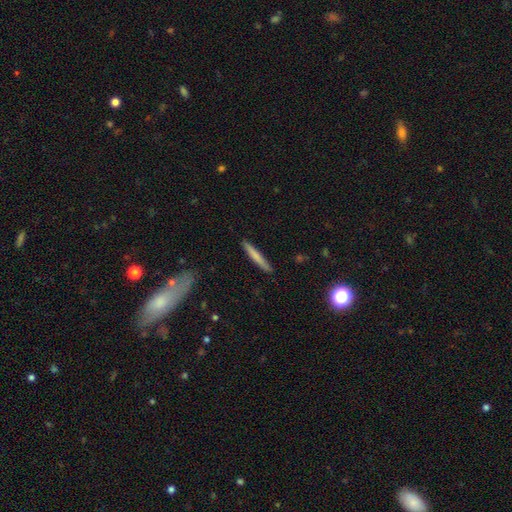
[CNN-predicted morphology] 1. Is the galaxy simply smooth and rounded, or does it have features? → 71% smooth, 23% featured or disk, 6% star or artifact.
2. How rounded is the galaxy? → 96% cigar-shaped, 3% in between, 1% round.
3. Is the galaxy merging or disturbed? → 90% none, 7% minor disturbance, 1% major disturbance, 1% merger.